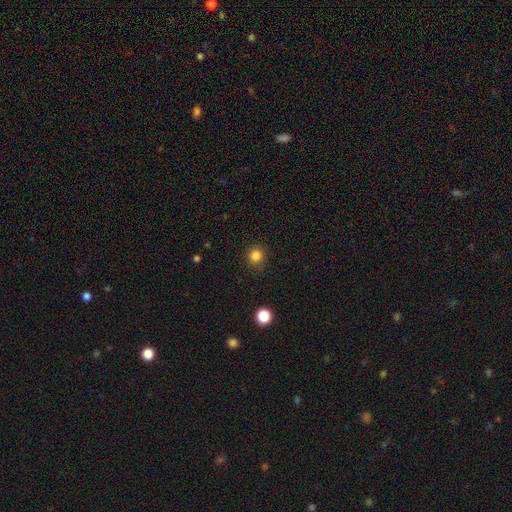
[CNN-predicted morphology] Smooth or featured: smooth — 83% (star or artifact — 13%)
How rounded: round — 89% (in between — 10%)
Merging: none — 90% (minor disturbance — 7%)